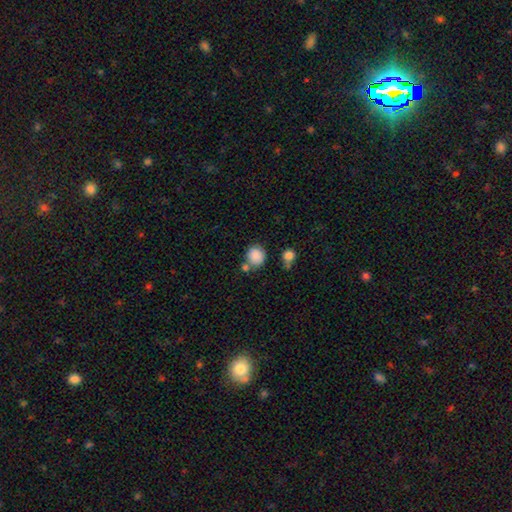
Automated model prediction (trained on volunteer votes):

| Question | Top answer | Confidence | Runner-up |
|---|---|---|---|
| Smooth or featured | smooth | 87% | star or artifact (8%) |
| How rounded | round | 80% | in between (19%) |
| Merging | none | 64% | merger (17%) |